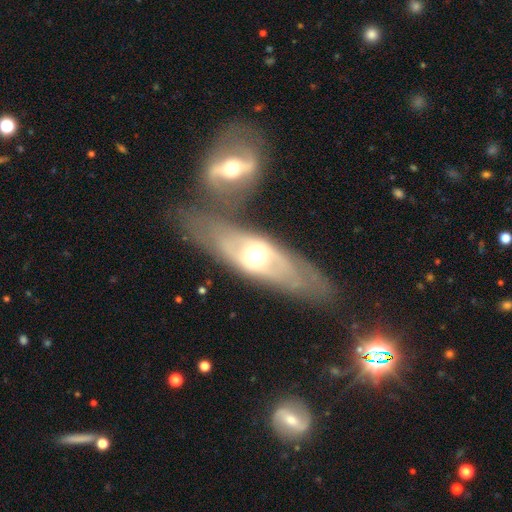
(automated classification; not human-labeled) Overall: featured or disk (69%). Edge-on disk: no (69%; yes 31%). Merging: none (56%; merger 25%).